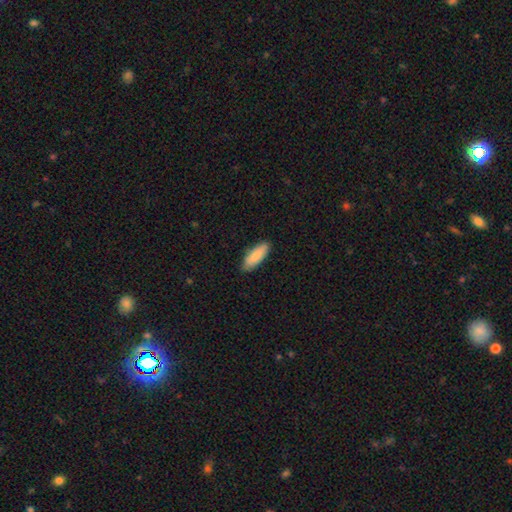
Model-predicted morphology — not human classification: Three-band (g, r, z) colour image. It shows a smooth galaxy with no disk features (85%) that is in between round and cigar-shaped (68%). Merging: none (86%).